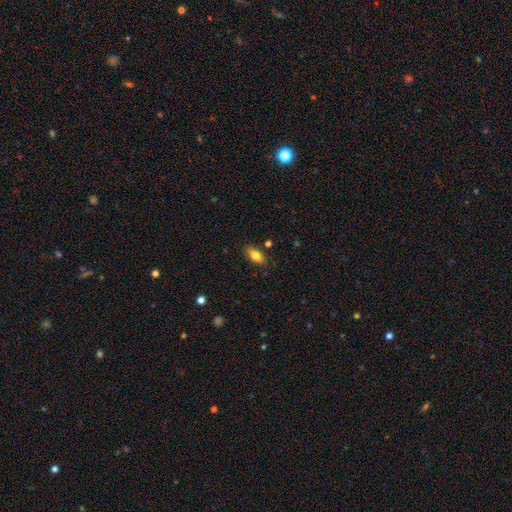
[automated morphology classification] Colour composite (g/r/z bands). It shows a smooth galaxy with no disk features (81%) that is in between round and cigar-shaped (89%). Merging: none (84%).